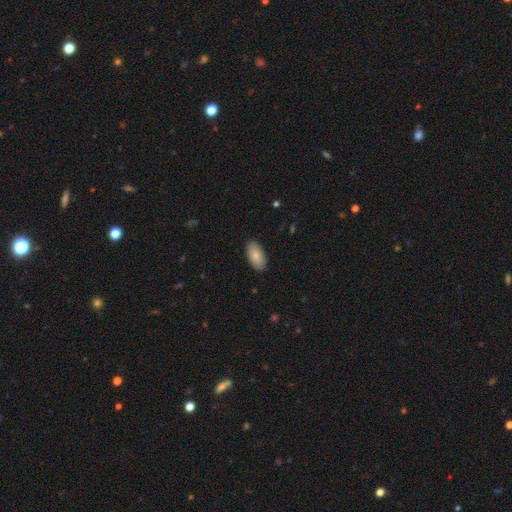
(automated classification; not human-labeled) smooth_or_featured: smooth (p=0.85) [alt: featured or disk p=0.10]
how_rounded: in between (p=0.95) [alt: cigar-shaped p=0.03]
merging: none (p=0.89) [alt: minor disturbance p=0.08]